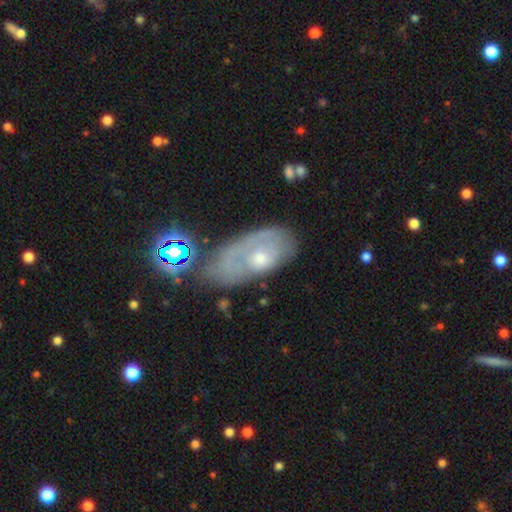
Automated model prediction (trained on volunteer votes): Overall: featured or disk (55%; smooth 32%). Edge-on disk: no (89%). Merging: none (53%; minor disturbance 26%).